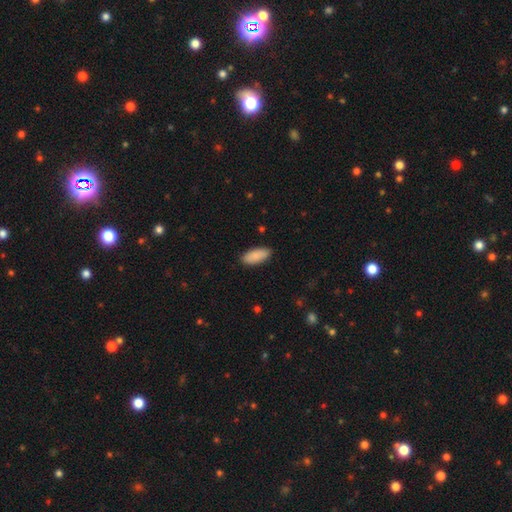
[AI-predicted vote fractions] A smooth galaxy with no disk features (88%) that is in between round and cigar-shaped (88%).

Vote fractions:
- Smooth or featured? smooth: 88% / featured or disk: 7% / star or artifact: 6%
- How rounded? in between: 88% / cigar-shaped: 11% / round: 2%
- Merging? none: 88% / minor disturbance: 9% / major disturbance: 2% / merger: 1%